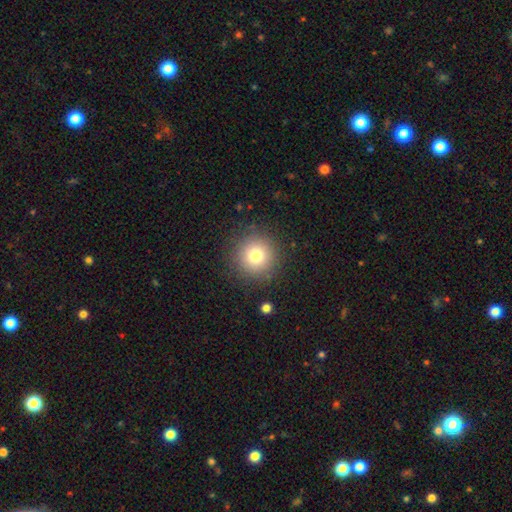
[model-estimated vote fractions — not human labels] smooth-or-featured: smooth: 76% | star or artifact: 13% | featured or disk: 10%
  how-rounded: round: 95% | in between: 4% | cigar-shaped: 1%
  merging: none: 88% | minor disturbance: 7% | major disturbance: 3% | merger: 1%